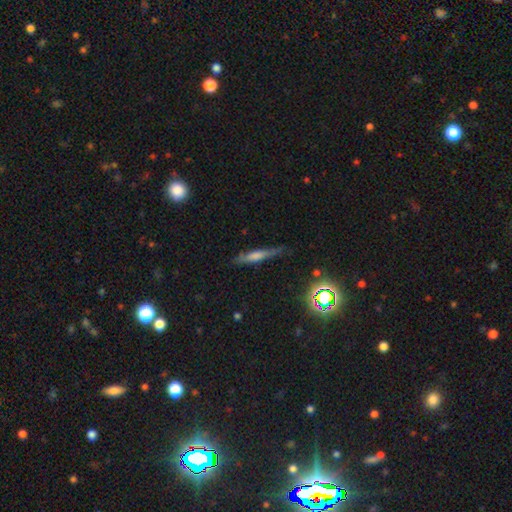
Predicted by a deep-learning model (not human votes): smooth-or-featured: featured or disk: 50% | smooth: 34% | star or artifact: 16%
  disk-edge-on: yes: 92% | no: 8%
  merging: none: 81% | minor disturbance: 13% | major disturbance: 3% | merger: 2%